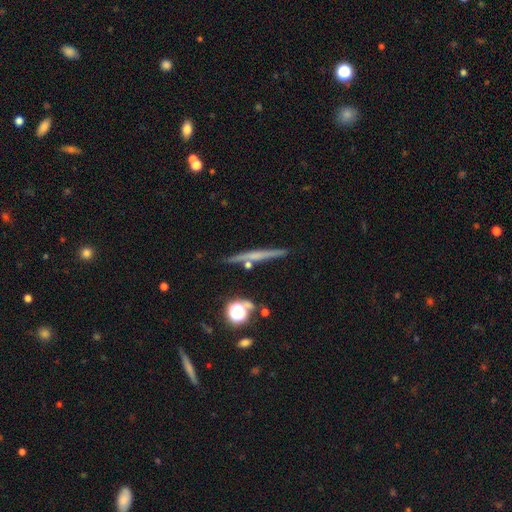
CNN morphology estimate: This is possibly a featured or disk galaxy (55%). It is clearly viewed edge-on (96%). Edge-on bulge: likely none (63%). Merging: clearly none (85%).